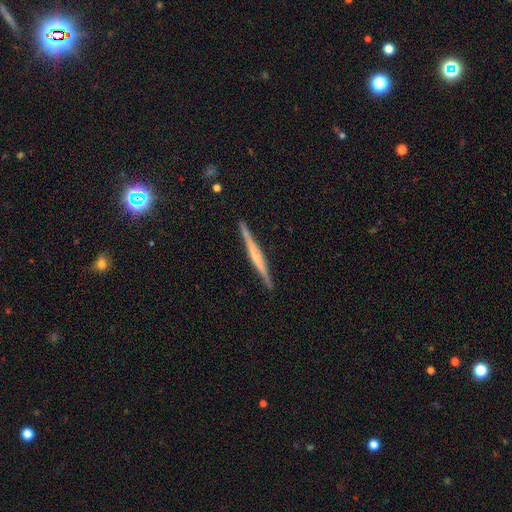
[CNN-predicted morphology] The model was most divided on "edge-on bulge": rounded: 42%, none: 41%, boxy: 17%. More confident: edge-on disk — yes (98%); merging — none (90%); smooth or featured — featured or disk (68%).